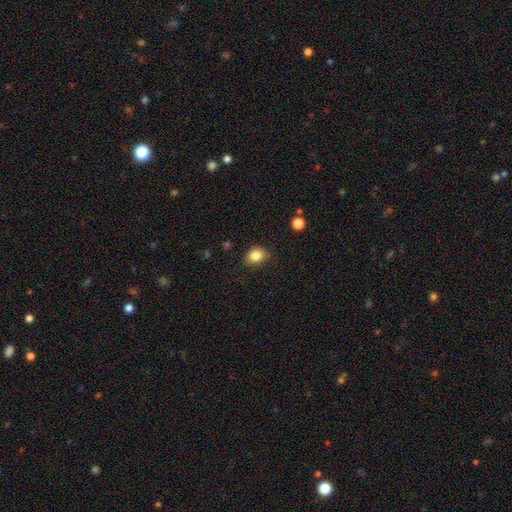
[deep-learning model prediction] smooth_or_featured: smooth (p=0.84) [alt: star or artifact p=0.10]
how_rounded: round (p=0.54) [alt: in between p=0.45]
merging: none (p=0.77) [alt: minor disturbance p=0.18]